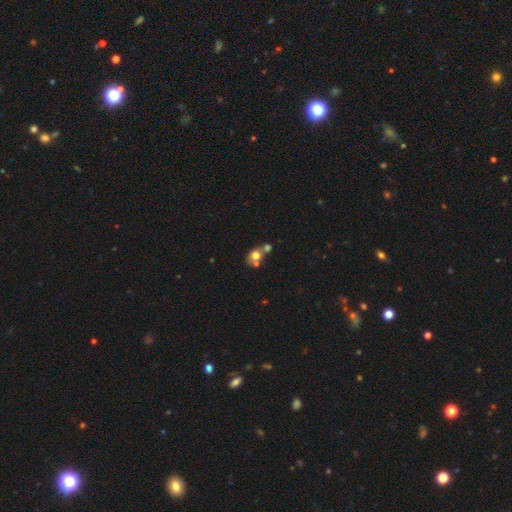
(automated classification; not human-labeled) Smooth or featured? Predicted: smooth (p=0.69). How rounded? Predicted: round (p=0.63). Merging? Predicted: merger (p=0.48).